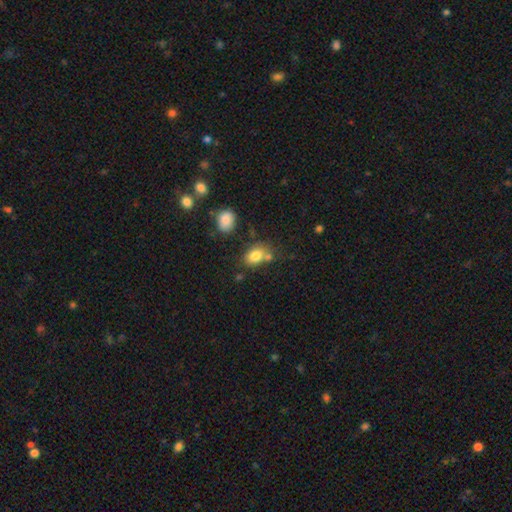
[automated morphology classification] smooth-or-featured: smooth: 80% | featured or disk: 10% | star or artifact: 10%
  how-rounded: in between: 77% | round: 21% | cigar-shaped: 1%
  merging: none: 57% | merger: 20% | minor disturbance: 17% | major disturbance: 6%